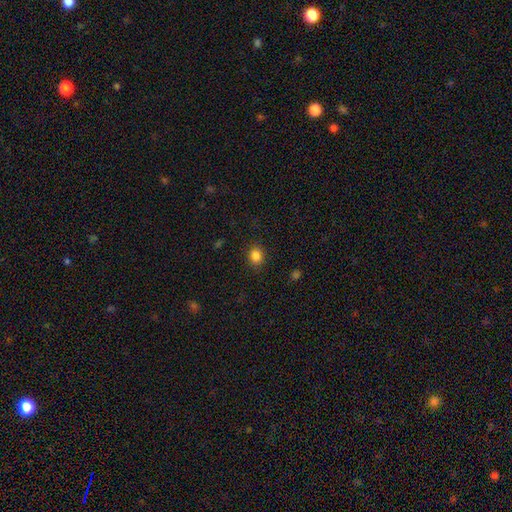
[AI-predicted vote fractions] smooth-or-featured: smooth: 84% | star or artifact: 12% | featured or disk: 4%
  how-rounded: round: 67% | in between: 32% | cigar-shaped: 1%
  merging: none: 87% | minor disturbance: 9% | major disturbance: 3% | merger: 1%